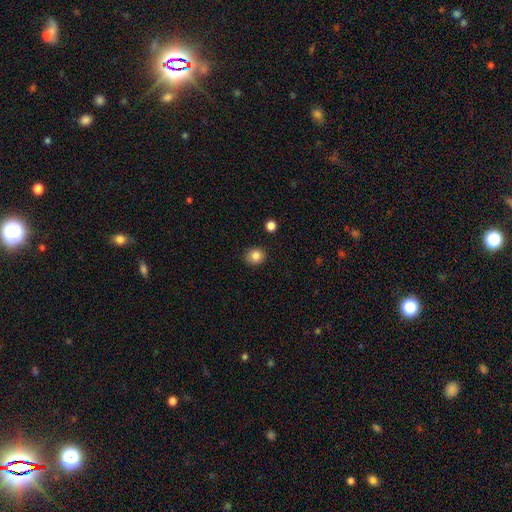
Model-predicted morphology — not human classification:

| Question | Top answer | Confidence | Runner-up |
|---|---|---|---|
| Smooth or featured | smooth | 85% | star or artifact (10%) |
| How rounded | round | 76% | in between (24%) |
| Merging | none | 87% | minor disturbance (9%) |